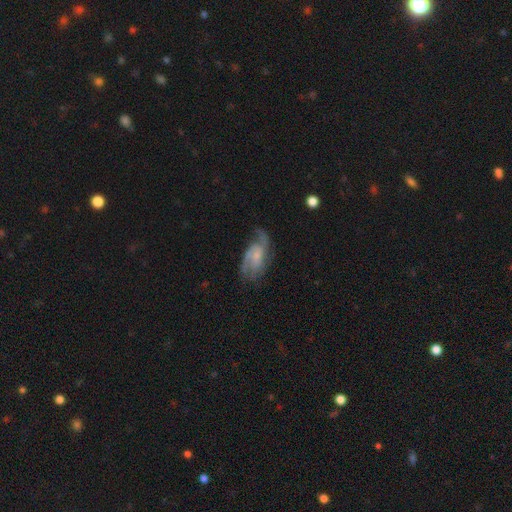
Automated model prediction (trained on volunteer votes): smooth-or-featured: featured or disk: 79% | smooth: 15% | star or artifact: 6%
  disk-edge-on: no: 96% | yes: 4%
    bar: no: 51% | weak: 40% | strong: 8%
    has-spiral-arms: yes: 94% | no: 6%
      spiral-winding: medium: 48% | tight: 31% | loose: 21%
      spiral-arm-count: 2: 44% | 3: 23% | can't tell: 18% | 1: 6% | 4: 5% | more than 4: 4%
    bulge-size: small: 51% | moderate: 29% | none: 16% | large: 3% | dominant: 1%
  merging: none: 59% | minor disturbance: 23% | major disturbance: 16% | merger: 2%